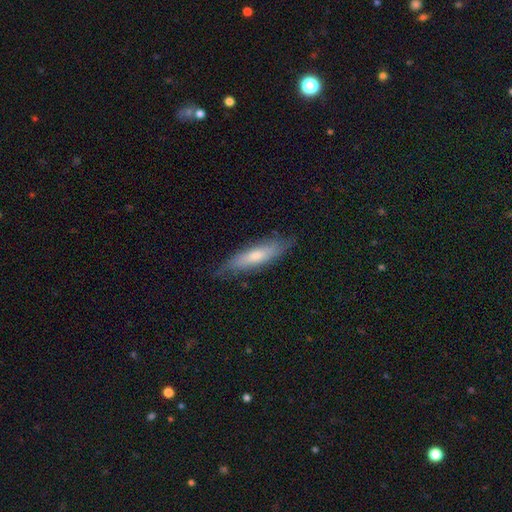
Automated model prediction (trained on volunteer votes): A smooth galaxy with no disk features (56%) that is cigar-shaped (68%). Merging: none (76%).